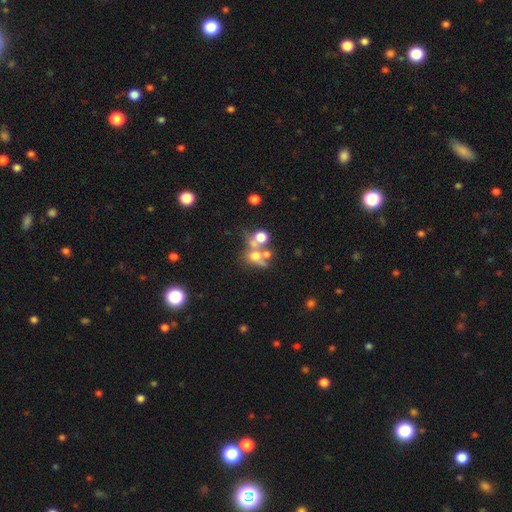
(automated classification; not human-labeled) Smooth or featured? Predicted: smooth (p=0.51). How rounded? Predicted: round (p=0.56). Merging? Predicted: merger (p=0.50).